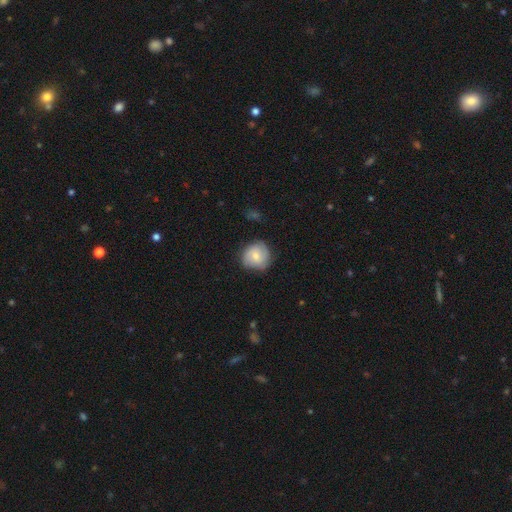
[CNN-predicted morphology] The model was most divided on "smooth or featured": smooth: 62%, featured or disk: 31%, star or artifact: 7%. More confident: how rounded — round (87%); merging — none (74%).